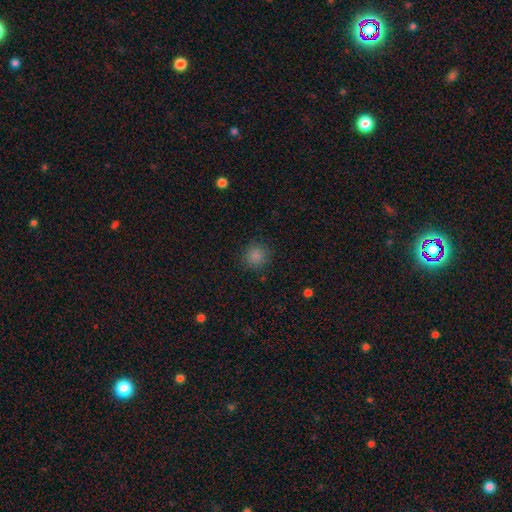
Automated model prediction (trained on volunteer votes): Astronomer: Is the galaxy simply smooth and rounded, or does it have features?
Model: smooth — 85%.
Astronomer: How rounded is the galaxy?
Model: round — 91%.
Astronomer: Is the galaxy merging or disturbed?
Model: none — 88%.